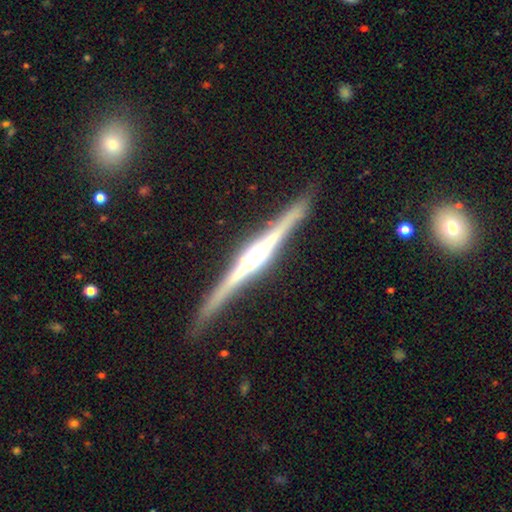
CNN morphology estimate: smooth_or_featured: featured or disk (p=0.88) [alt: smooth p=0.07]
disk_edge_on: yes (p=0.98) [alt: no p=0.02]
edge_on_bulge: rounded (p=0.78) [alt: boxy p=0.15]
merging: none (p=0.89) [alt: minor disturbance p=0.08]